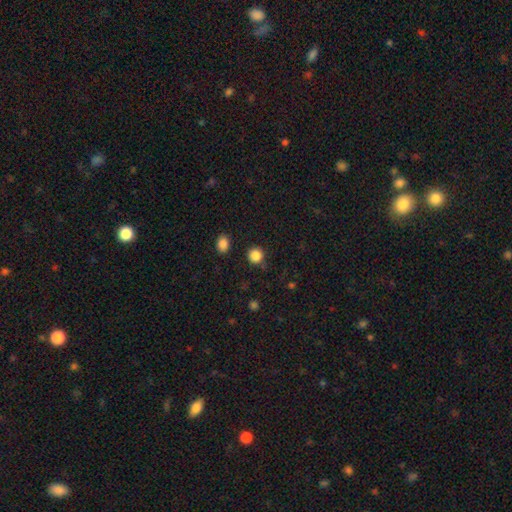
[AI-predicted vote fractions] Q: Smooth or featured?
A: smooth (86%); runner-up: star or artifact (10%)
Q: How rounded?
A: round (92%); runner-up: in between (7%)
Q: Merging?
A: none (87%); runner-up: minor disturbance (7%)